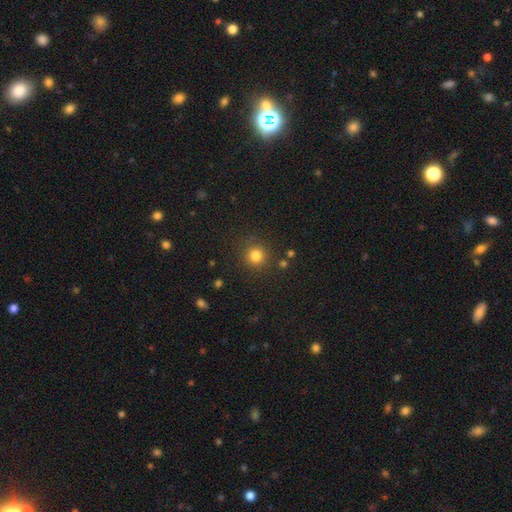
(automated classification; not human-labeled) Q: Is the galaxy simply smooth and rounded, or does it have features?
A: smooth — 82%.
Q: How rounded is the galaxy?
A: round — 93%.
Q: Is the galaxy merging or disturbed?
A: none — 87%.